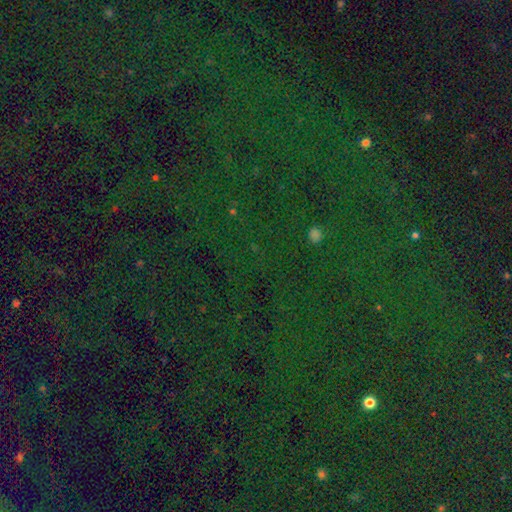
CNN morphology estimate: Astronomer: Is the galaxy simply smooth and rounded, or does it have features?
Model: star or artifact — 78%.